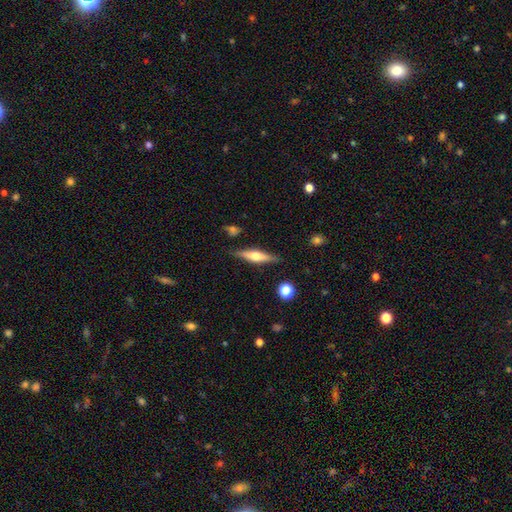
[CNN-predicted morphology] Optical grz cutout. It shows a featured or disk galaxy (57%) viewed edge-on (95%) with a rounded central bulge (89%). Merging: none (85%).